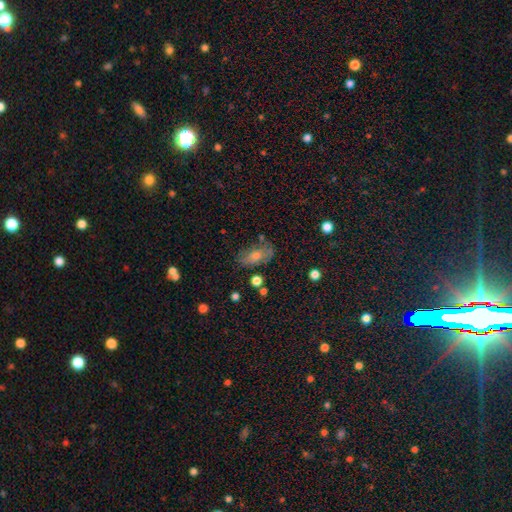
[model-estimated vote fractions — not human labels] smooth-or-featured: smooth: 50% | featured or disk: 31% | star or artifact: 19%
  how-rounded: in between: 84% | round: 9% | cigar-shaped: 7%
  merging: none: 68% | minor disturbance: 21% | major disturbance: 7% | merger: 4%